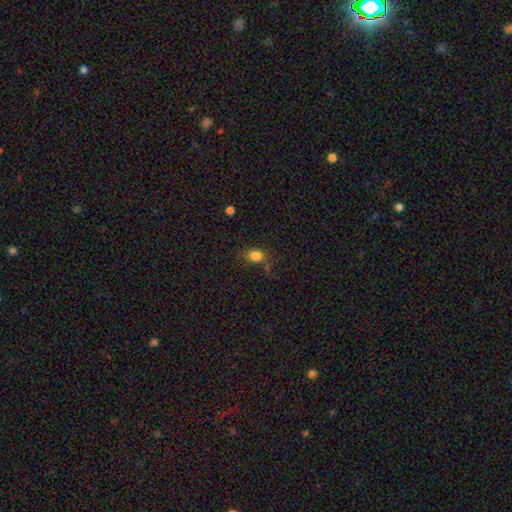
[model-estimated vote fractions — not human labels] A smooth galaxy with no disk features (82%) that is in between round and cigar-shaped (58%).

Vote fractions:
- Smooth or featured? smooth: 82% / star or artifact: 12% / featured or disk: 6%
- How rounded? in between: 58% / round: 41% / cigar-shaped: 2%
- Merging? none: 60% / minor disturbance: 22% / major disturbance: 11% / merger: 7%